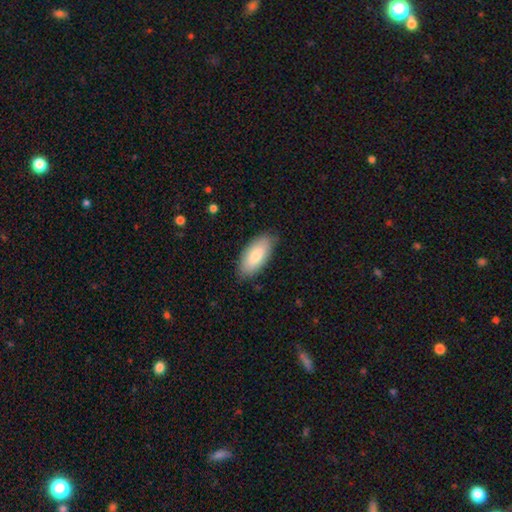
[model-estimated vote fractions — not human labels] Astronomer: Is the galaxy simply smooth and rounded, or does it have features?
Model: smooth — 80%.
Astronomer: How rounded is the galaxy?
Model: in between — 89%.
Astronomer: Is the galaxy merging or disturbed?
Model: none — 82%.